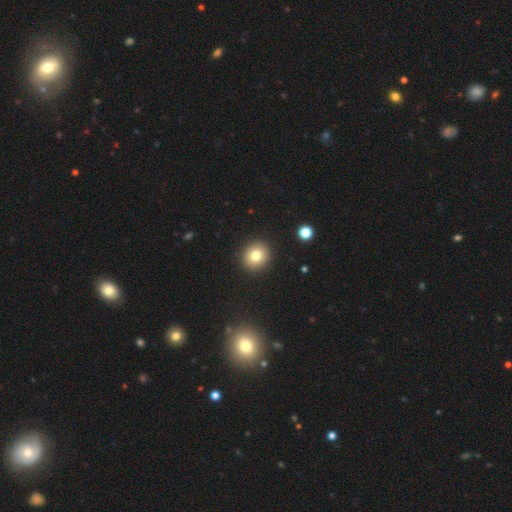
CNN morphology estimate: Overall: smooth (78%). How rounded: round (89%). Merging: none (91%).